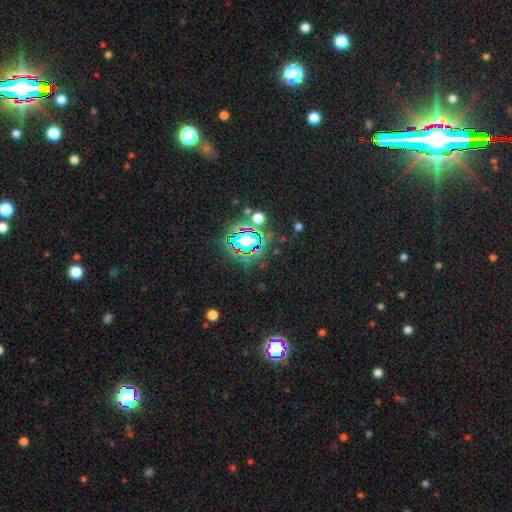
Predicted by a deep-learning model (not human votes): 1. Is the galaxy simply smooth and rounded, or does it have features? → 83% star or artifact, 10% smooth, 8% featured or disk.